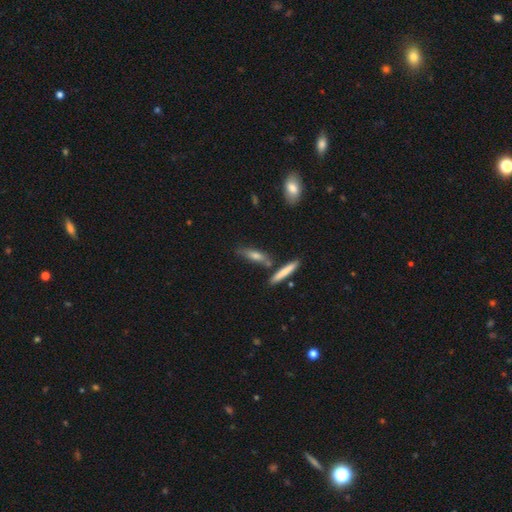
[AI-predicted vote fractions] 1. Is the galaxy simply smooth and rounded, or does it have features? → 61% smooth, 31% featured or disk, 8% star or artifact.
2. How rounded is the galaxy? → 71% cigar-shaped, 26% in between, 3% round.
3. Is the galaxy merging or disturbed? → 70% none, 14% minor disturbance, 12% merger, 4% major disturbance.